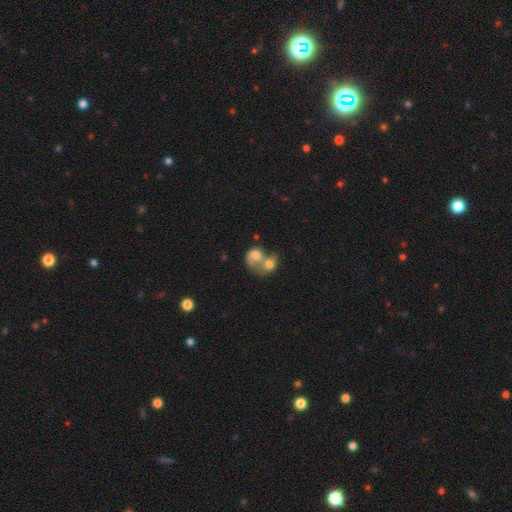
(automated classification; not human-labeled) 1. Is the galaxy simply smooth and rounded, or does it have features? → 58% smooth, 34% featured or disk, 8% star or artifact.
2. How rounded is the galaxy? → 54% round, 45% in between, 1% cigar-shaped.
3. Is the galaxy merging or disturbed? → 81% merger, 8% none, 6% major disturbance, 4% minor disturbance.